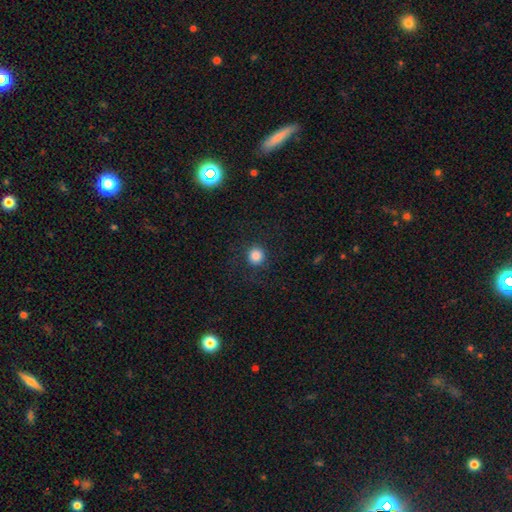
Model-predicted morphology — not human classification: Smooth or featured: smooth — 85% (star or artifact — 11%)
How rounded: round — 93% (in between — 6%)
Merging: none — 89% (minor disturbance — 7%)